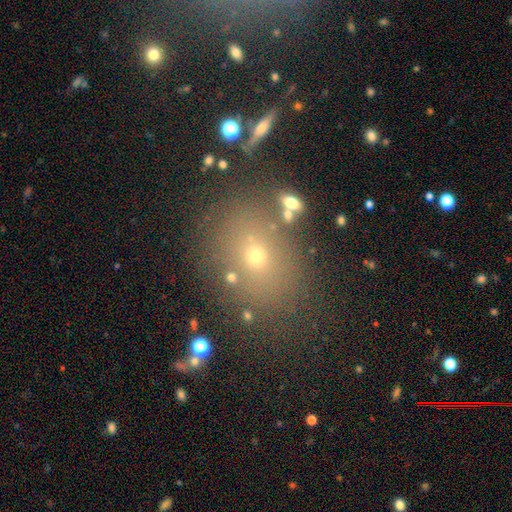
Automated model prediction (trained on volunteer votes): Smooth or featured? Predicted: smooth (p=0.64). How rounded? Predicted: round (p=0.51). Merging? Predicted: none (p=0.78).